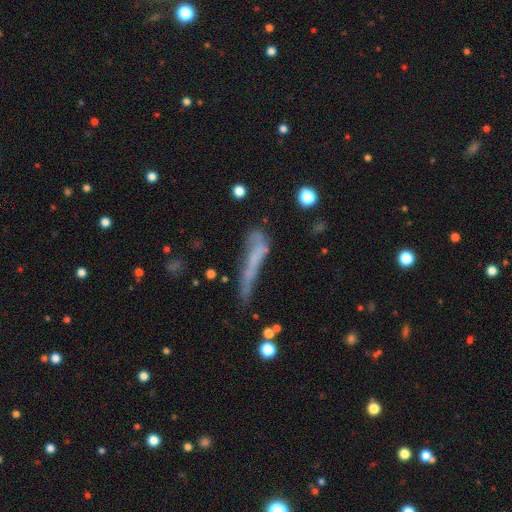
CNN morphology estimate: A smooth galaxy with no disk features (52%) that is cigar-shaped (84%).

Vote fractions:
- Smooth or featured? smooth: 52% / featured or disk: 35% / star or artifact: 13%
- How rounded? cigar-shaped: 84% / in between: 13% / round: 3%
- Merging? major disturbance: 32% / none: 31% / minor disturbance: 25% / merger: 12%